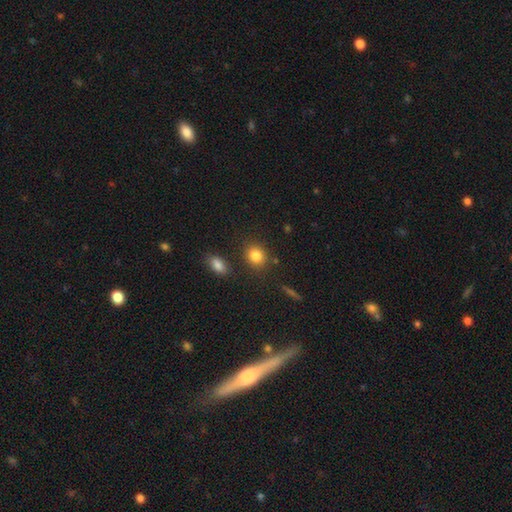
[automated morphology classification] Smooth or featured?
  - smooth: 84% *
  - star or artifact: 10%
  - featured or disk: 6%
How rounded?
  - round: 66% *
  - in between: 32%
  - cigar-shaped: 1%
Merging?
  - none: 81% *
  - minor disturbance: 10%
  - merger: 6%
  - major disturbance: 3%